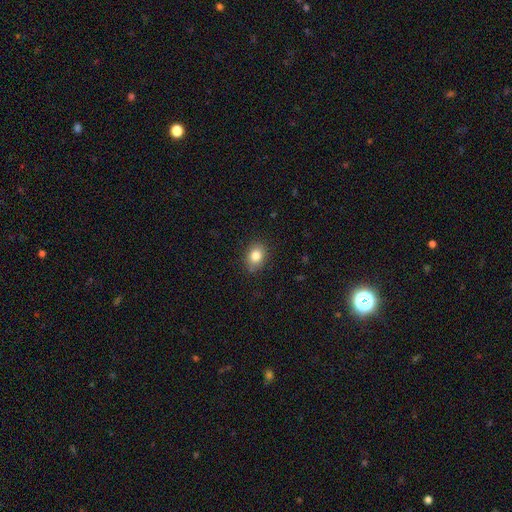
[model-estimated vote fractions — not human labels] A smooth galaxy with no disk features (83%) that is in between round and cigar-shaped (63%). Merging: none (84%).